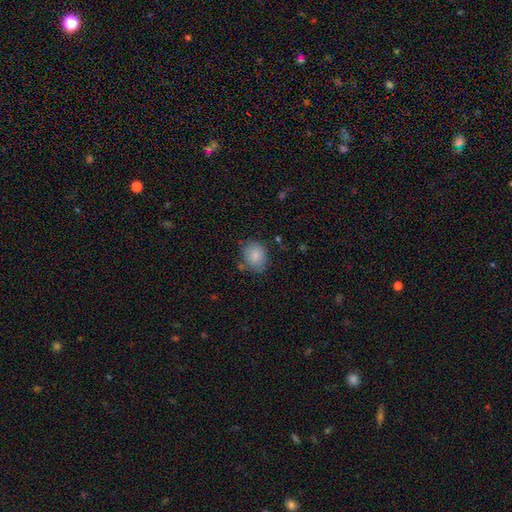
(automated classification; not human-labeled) Smooth or featured? Predicted: smooth (p=0.85). How rounded? Predicted: in between (p=0.52). Merging? Predicted: none (p=0.72).